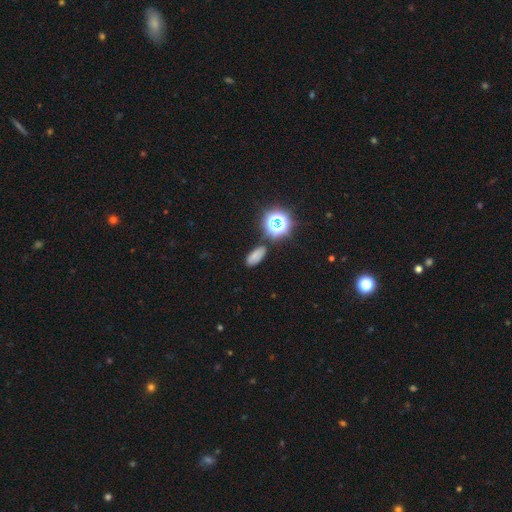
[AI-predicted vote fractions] Smooth or featured? smooth (62%)
How rounded? in between (82%)
Merging? none (79%)